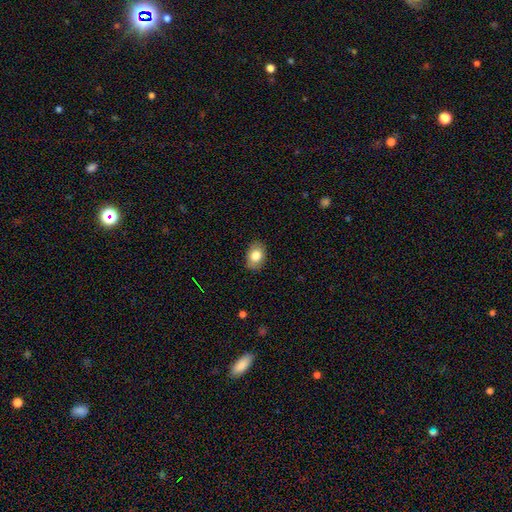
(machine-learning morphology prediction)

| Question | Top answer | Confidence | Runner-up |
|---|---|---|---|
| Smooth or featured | smooth | 80% | featured or disk (12%) |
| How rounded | in between | 77% | round (22%) |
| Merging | none | 86% | minor disturbance (11%) |